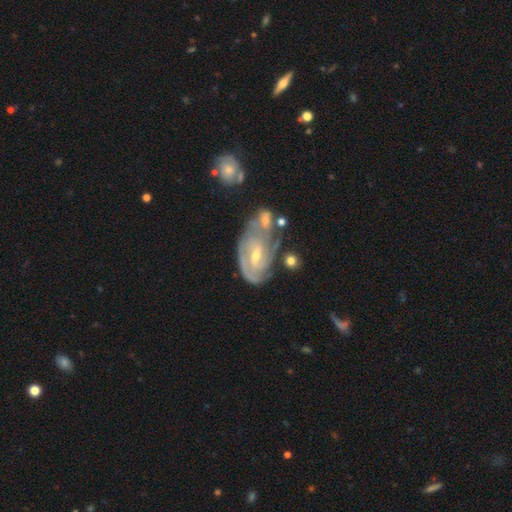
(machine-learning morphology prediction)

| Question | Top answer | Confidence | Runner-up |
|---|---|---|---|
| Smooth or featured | featured or disk | 82% | smooth (12%) |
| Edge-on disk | no | 96% | yes (4%) |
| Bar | weak | 49% | no (35%) |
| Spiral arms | yes | 91% | no (9%) |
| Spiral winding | tight | 64% | medium (28%) |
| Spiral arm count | can't tell | 36% | 2 (33%) |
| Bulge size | small | 56% | moderate (40%) |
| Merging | none | 44% | merger (22%) |